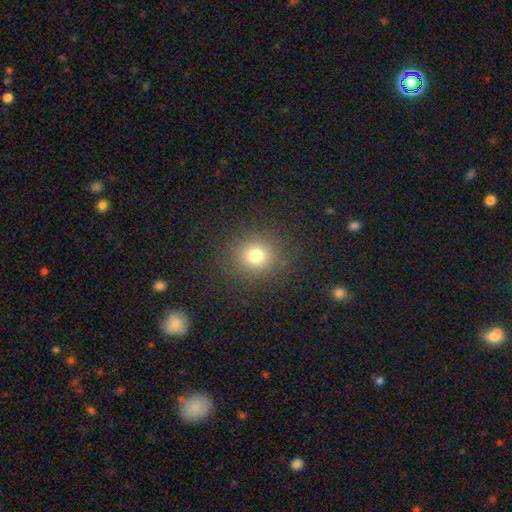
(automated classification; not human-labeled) A smooth galaxy with no disk features (75%) that is round (86%). Merging: none (88%).